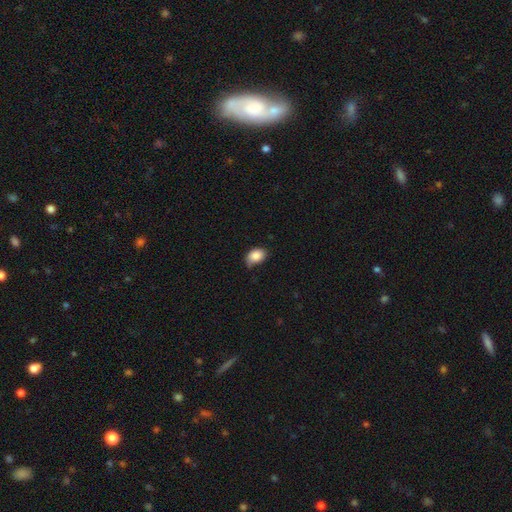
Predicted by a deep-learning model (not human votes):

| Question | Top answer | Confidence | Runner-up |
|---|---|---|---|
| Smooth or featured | smooth | 85% | star or artifact (8%) |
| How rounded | in between | 82% | round (17%) |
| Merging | none | 59% | minor disturbance (33%) |